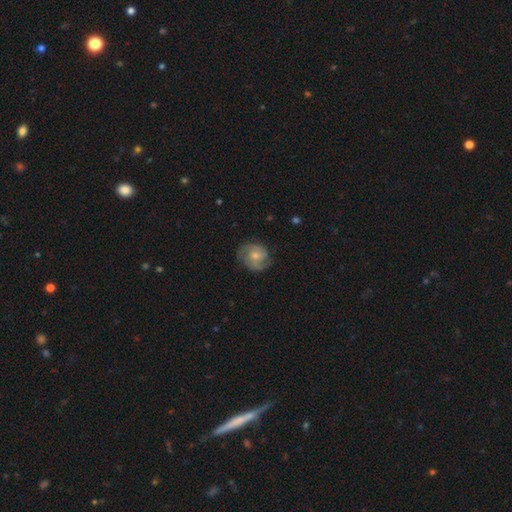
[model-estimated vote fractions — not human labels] Smooth or featured?
  - featured or disk: 70% *
  - smooth: 24%
  - star or artifact: 6%
Edge-on disk?
  - no: 98% *
  - yes: 2%
Bar?
  - no: 65% *
  - weak: 31%
  - strong: 5%
Spiral arms?
  - yes: 92% *
  - no: 8%
Spiral winding?
  - tight: 44% *
  - medium: 42%
  - loose: 14%
Spiral arm count?
  - 2: 60% *
  - can't tell: 16%
  - 3: 14%
  - 1: 4%
  - 4: 3%
  - more than 4: 3%
Bulge size?
  - small: 48% *
  - moderate: 45%
  - none: 4%
  - large: 2%
  - dominant: 1%
Merging?
  - none: 74% *
  - minor disturbance: 18%
  - major disturbance: 7%
  - merger: 1%